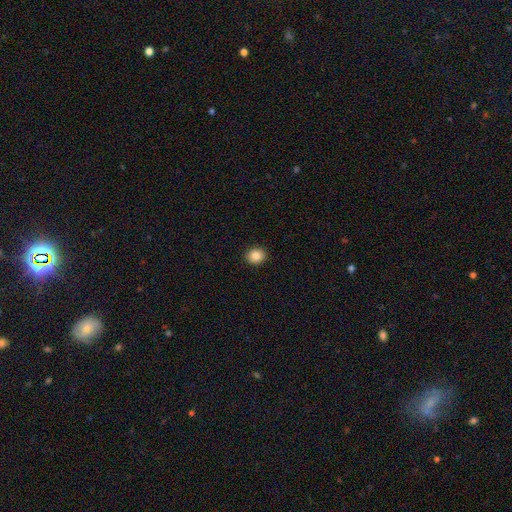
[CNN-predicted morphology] Overall: smooth (87%). How rounded: round (71%). Merging: none (92%).